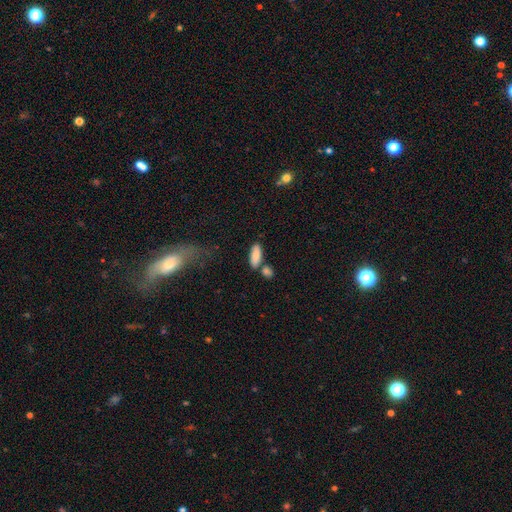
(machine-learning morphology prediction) smooth 84%, featured or disk 9%, star or artifact 7%. Down the decision tree: how rounded — in between (73%); merging — none (64%).